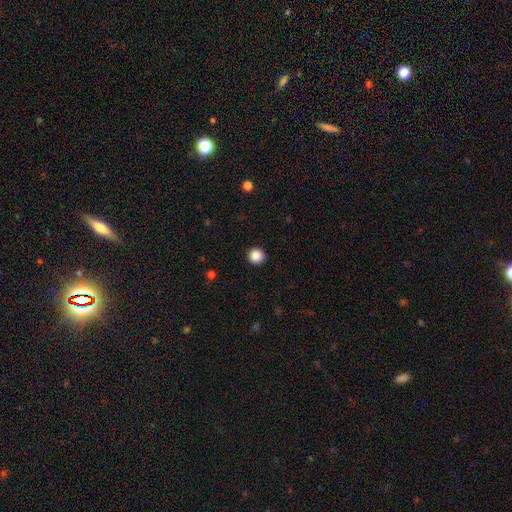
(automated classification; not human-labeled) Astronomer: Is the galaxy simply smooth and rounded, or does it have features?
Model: smooth — 88%.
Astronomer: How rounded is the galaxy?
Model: round — 94%.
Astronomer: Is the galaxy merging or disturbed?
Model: none — 93%.